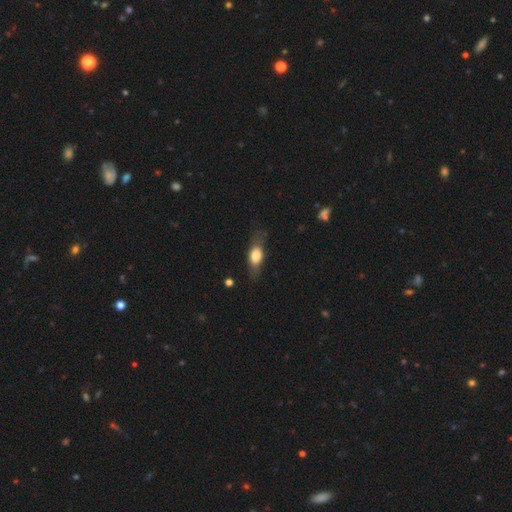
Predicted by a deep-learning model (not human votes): This appears to be a smooth galaxy with no disk features (67%) that is in between round and cigar-shaped (71%). Merging: none (67%).